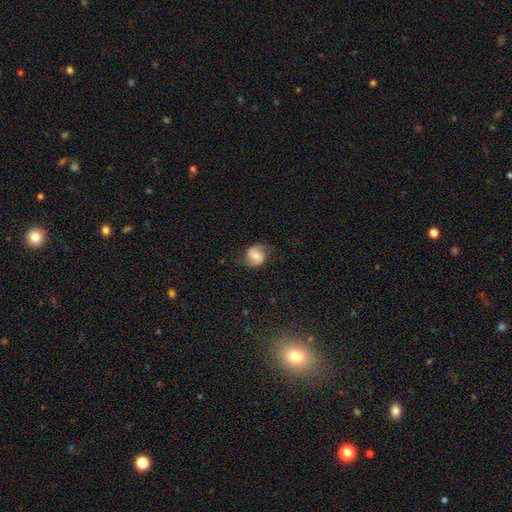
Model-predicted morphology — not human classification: This is possibly a featured or disk galaxy (58%). It is clearly not viewed edge-on (98%). Bar: possibly weak (46%). Spiral arm pattern: clearly yes (91%). Spiral arm count: clearly 2 (90%). Spiral winding: marginally loose (43%). Central bulge: marginally small (33%, tied with moderate). Merging: likely none (72%).